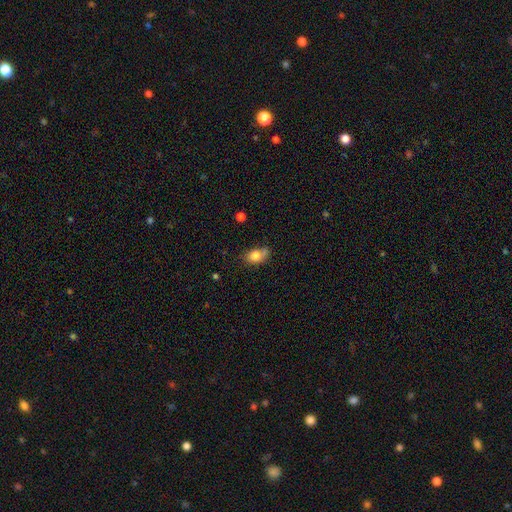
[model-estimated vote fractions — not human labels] This is clearly a smooth galaxy (80%). How rounded: likely in between (65%). Merging: possibly none (50%).